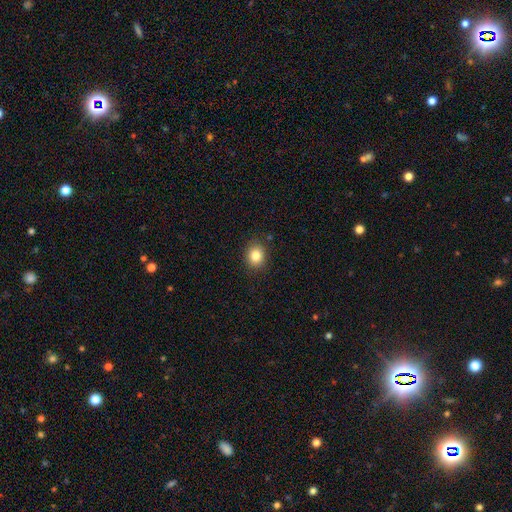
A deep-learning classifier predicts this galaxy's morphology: Q: Smooth or featured?
A: smooth (83%); runner-up: star or artifact (11%)
Q: How rounded?
A: round (66%); runner-up: in between (33%)
Q: Merging?
A: none (88%); runner-up: minor disturbance (8%)